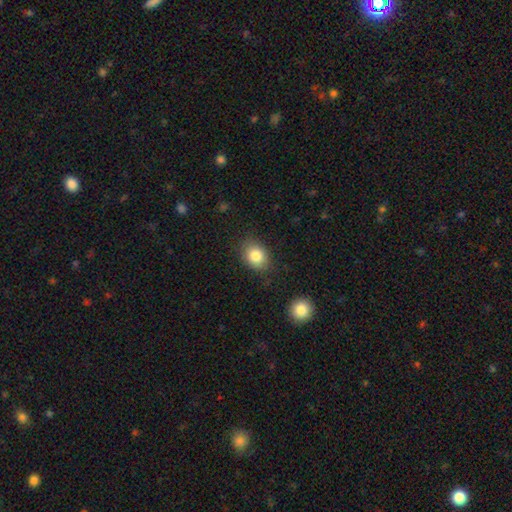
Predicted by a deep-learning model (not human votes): Q: Smooth or featured?
A: smooth (83%); runner-up: star or artifact (9%)
Q: How rounded?
A: in between (51%); runner-up: round (48%)
Q: Merging?
A: none (82%); runner-up: minor disturbance (13%)